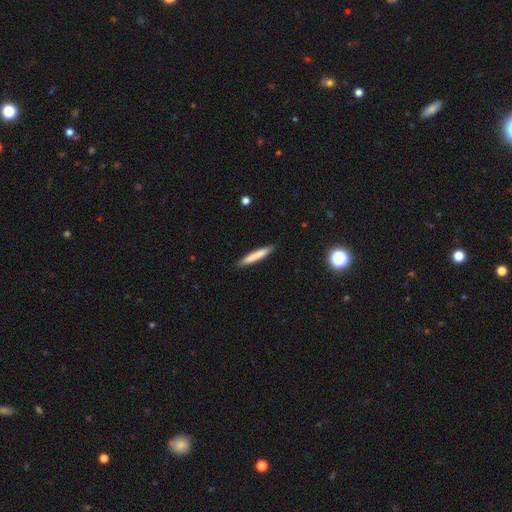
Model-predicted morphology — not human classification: Smooth or featured? Predicted: smooth (p=0.77). How rounded? Predicted: cigar-shaped (p=0.94). Merging? Predicted: none (p=0.89).